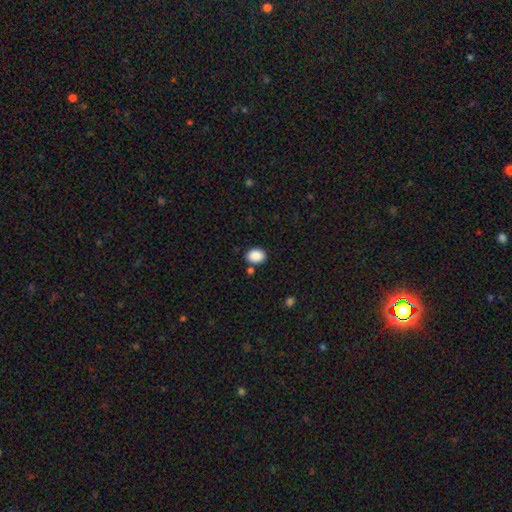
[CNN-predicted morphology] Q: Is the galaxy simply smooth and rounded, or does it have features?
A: smooth — 89%.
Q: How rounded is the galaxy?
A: in between — 67%.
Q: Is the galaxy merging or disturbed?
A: none — 81%.